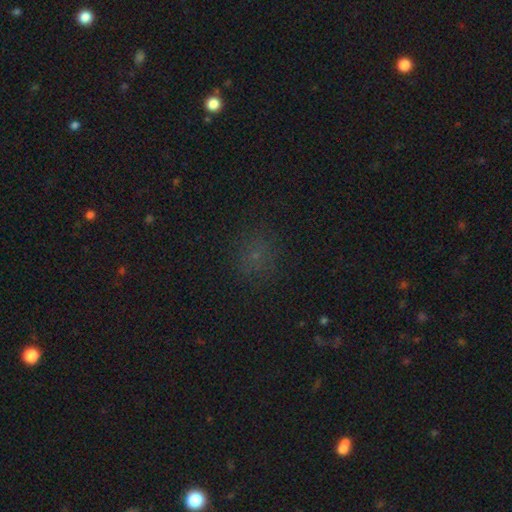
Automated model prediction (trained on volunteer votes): smooth_or_featured: smooth (p=0.57) [alt: star or artifact p=0.35]
how_rounded: round (p=0.82) [alt: in between p=0.17]
merging: none (p=0.84) [alt: minor disturbance p=0.11]